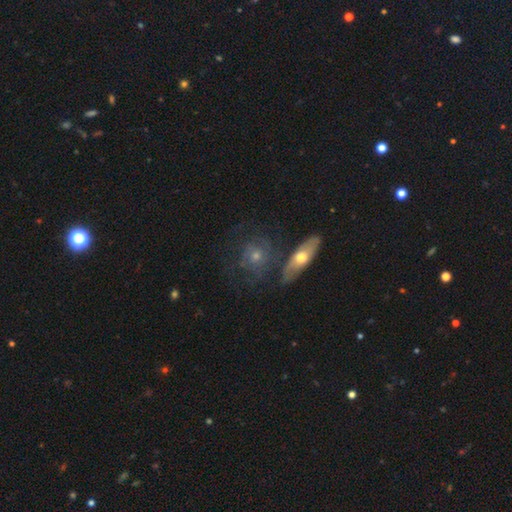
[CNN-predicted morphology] smooth_or_featured: featured or disk (p=0.56) [alt: smooth p=0.34]
disk_edge_on: no (p=0.79) [alt: yes p=0.21]
merging: none (p=0.62) [alt: minor disturbance p=0.16]